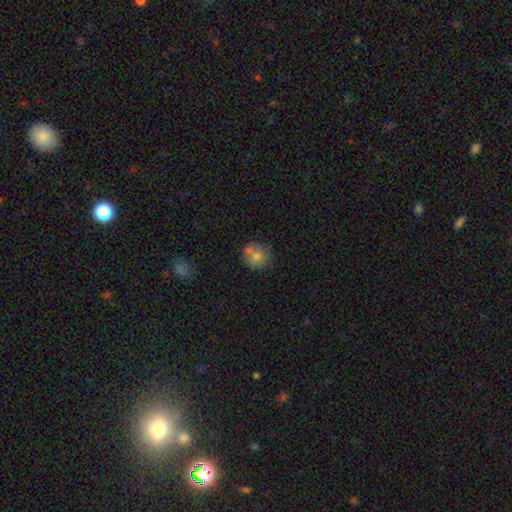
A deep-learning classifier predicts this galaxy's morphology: This appears to be a smooth galaxy with no disk features (73%) that is round (84%). Merging: none (52%).